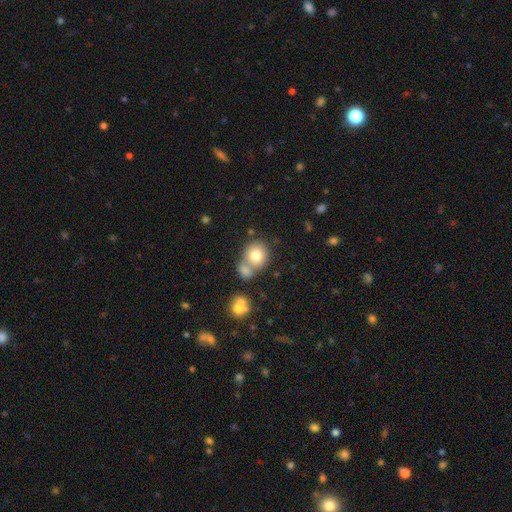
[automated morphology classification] Smooth or featured?
  - smooth: 77% *
  - featured or disk: 13%
  - star or artifact: 10%
How rounded?
  - round: 79% *
  - in between: 20%
  - cigar-shaped: 1%
Merging?
  - none: 48% *
  - merger: 39%
  - minor disturbance: 10%
  - major disturbance: 4%